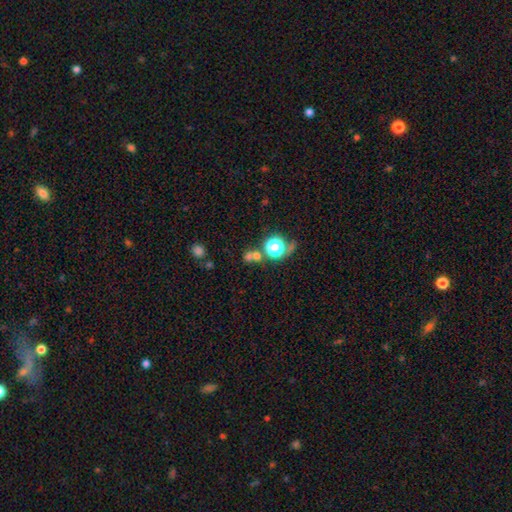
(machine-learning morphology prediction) smooth 55%, star or artifact 33%, featured or disk 11%. Down the decision tree: how rounded — round (82%); merging — none (49%).